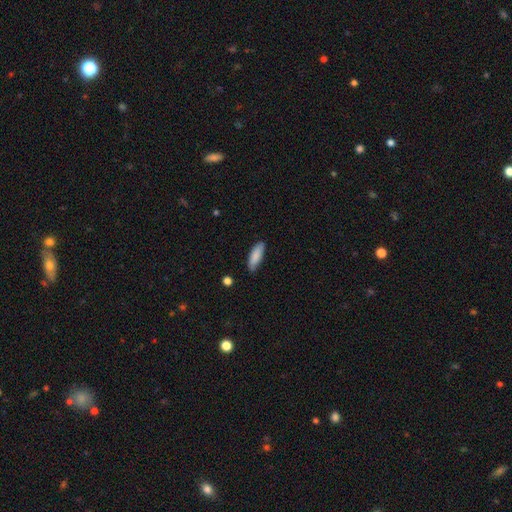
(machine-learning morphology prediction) This is clearly a smooth galaxy (86%). How rounded: possibly in between (60%). Merging: clearly none (81%).